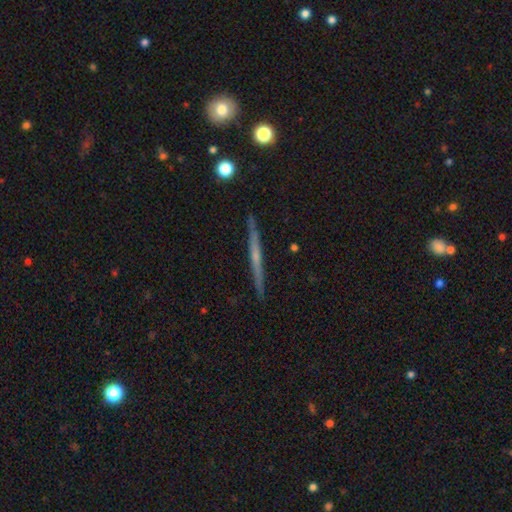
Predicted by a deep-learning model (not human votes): smooth-or-featured: featured or disk: 66% | smooth: 27% | star or artifact: 7%
  disk-edge-on: yes: 98% | no: 2%
    edge-on-bulge: none: 65% | rounded: 29% | boxy: 6%
  merging: none: 91% | minor disturbance: 6% | major disturbance: 1% | merger: 1%